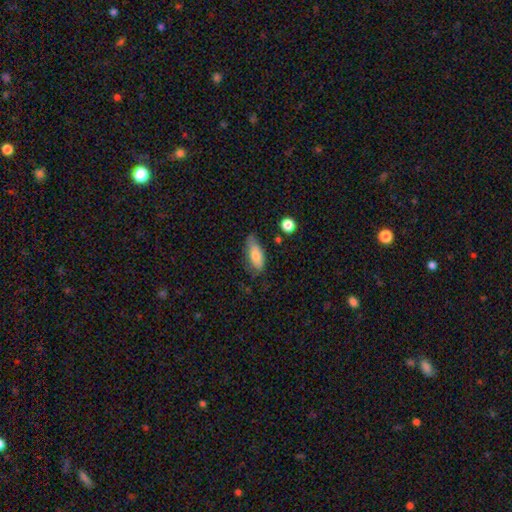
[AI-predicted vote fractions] A smooth galaxy with no disk features (80%) that is in between round and cigar-shaped (78%).

Vote fractions:
- Smooth or featured? smooth: 80% / featured or disk: 14% / star or artifact: 7%
- How rounded? in between: 78% / cigar-shaped: 20% / round: 2%
- Merging? none: 63% / minor disturbance: 28% / major disturbance: 7% / merger: 3%